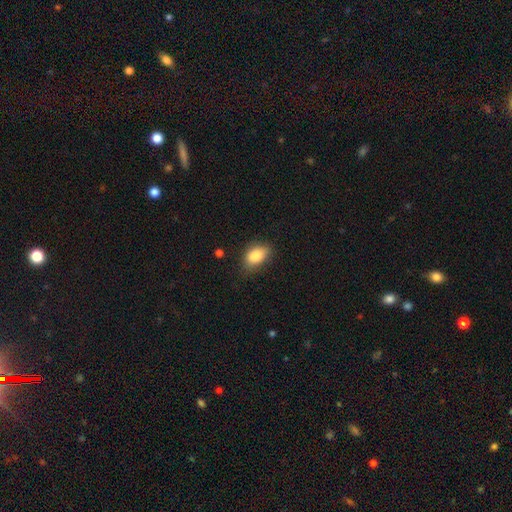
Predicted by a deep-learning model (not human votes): Morphology: type=smooth (86%); roundness=in between (87%); merging=none (69%).